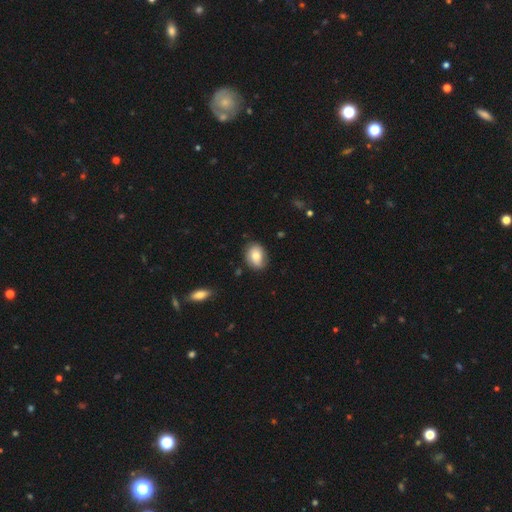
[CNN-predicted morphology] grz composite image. It shows a smooth galaxy with no disk features (74%) that is in between round and cigar-shaped (70%). Merging: none (76%).